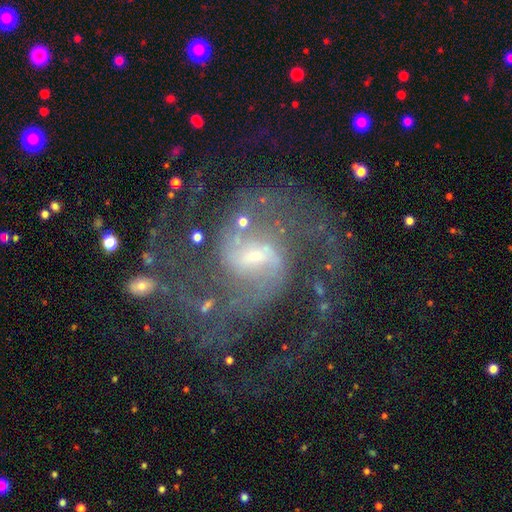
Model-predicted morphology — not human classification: Smooth or featured?
  - featured or disk: 81% *
  - star or artifact: 9%
  - smooth: 9%
Edge-on disk?
  - no: 98% *
  - yes: 2%
Bar?
  - weak: 46% *
  - strong: 33%
  - no: 21%
Spiral arms?
  - yes: 90% *
  - no: 10%
Spiral winding?
  - medium: 45% *
  - loose: 33%
  - tight: 22%
Spiral arm count?
  - 2: 71% *
  - can't tell: 11%
  - 3: 5%
  - 1: 5%
  - 4: 4%
  - more than 4: 4%
Bulge size?
  - small: 43% *
  - moderate: 36%
  - none: 14%
  - large: 6%
  - dominant: 2%
Merging?
  - none: 55% *
  - minor disturbance: 19%
  - major disturbance: 19%
  - merger: 7%